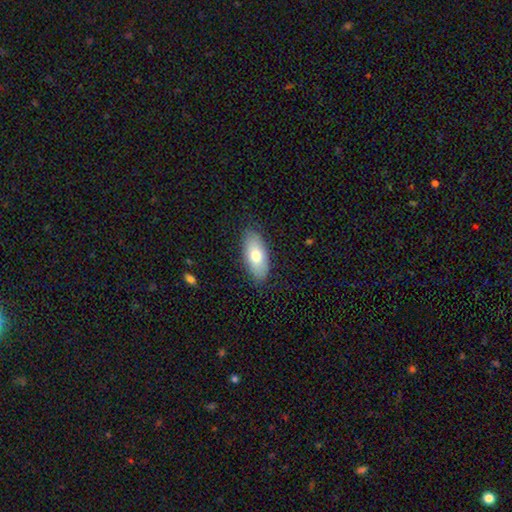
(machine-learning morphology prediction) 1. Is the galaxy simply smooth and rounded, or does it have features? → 73% smooth, 21% featured or disk, 7% star or artifact.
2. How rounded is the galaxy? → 89% in between, 8% cigar-shaped, 3% round.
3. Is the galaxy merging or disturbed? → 84% none, 12% minor disturbance, 3% major disturbance, 1% merger.